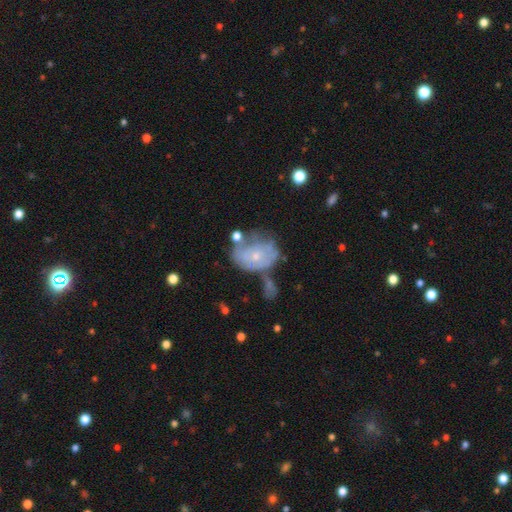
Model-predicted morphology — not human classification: The model was most divided on "merging": none: 32%, minor disturbance: 26%, major disturbance: 21%, merger: 20%. More confident: edge-on disk — no (96%); bar — no (86%); bulge size — small (73%); smooth or featured — featured or disk (57%); spiral arms — no (54%).